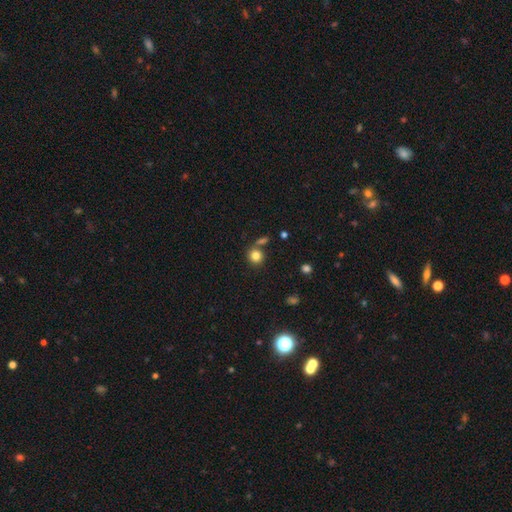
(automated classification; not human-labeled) This is clearly a smooth galaxy (82%). How rounded: clearly round (87%). Merging: likely none (70%).